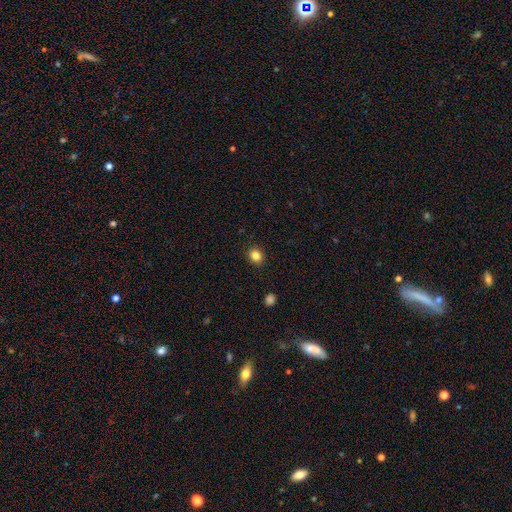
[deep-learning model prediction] The model was most divided on "how rounded": round: 67%, in between: 32%, cigar-shaped: 1%. More confident: merging — none (90%); smooth or featured — smooth (83%).